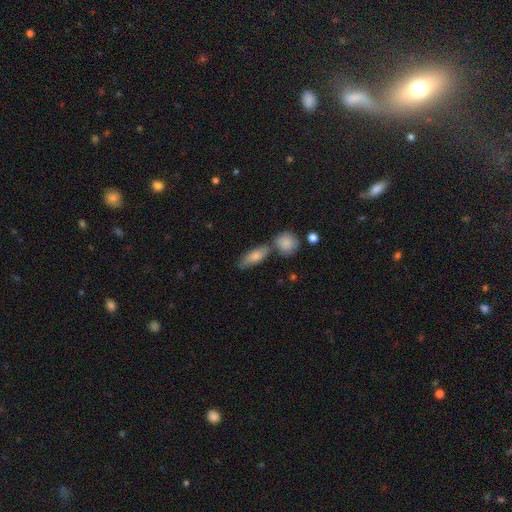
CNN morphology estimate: Q: Smooth or featured?
A: smooth (73%); runner-up: featured or disk (18%)
Q: How rounded?
A: in between (61%); runner-up: cigar-shaped (32%)
Q: Merging?
A: none (61%); runner-up: merger (23%)